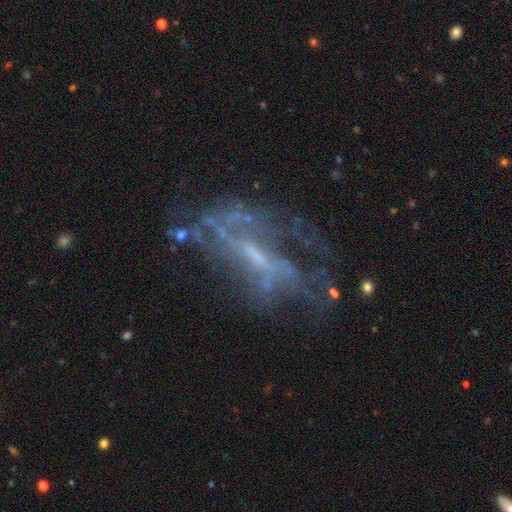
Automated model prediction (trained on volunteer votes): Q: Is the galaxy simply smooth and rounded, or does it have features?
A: featured or disk — 76%.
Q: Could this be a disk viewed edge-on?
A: no — 89%.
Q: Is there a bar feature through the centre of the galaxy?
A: weak — 42%.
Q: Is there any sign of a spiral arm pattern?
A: yes — 63%.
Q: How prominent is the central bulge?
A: small — 51%.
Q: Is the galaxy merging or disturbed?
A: none — 44%.